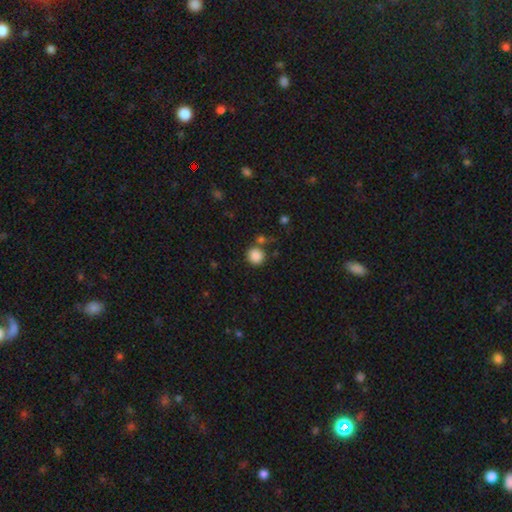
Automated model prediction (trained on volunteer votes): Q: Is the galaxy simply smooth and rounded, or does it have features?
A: smooth — 87%.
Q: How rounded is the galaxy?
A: round — 90%.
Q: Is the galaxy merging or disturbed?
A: none — 76%.